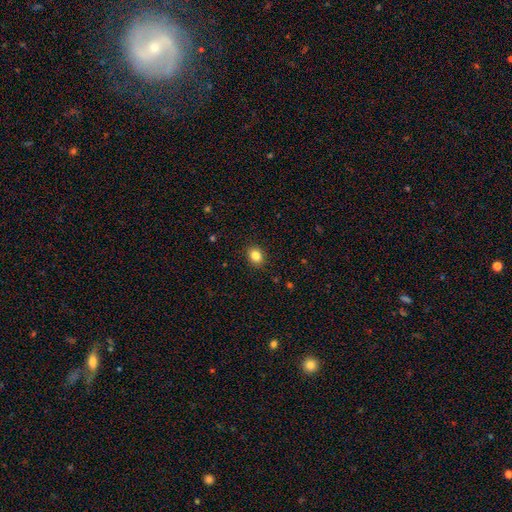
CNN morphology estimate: Q: Smooth or featured?
A: smooth (84%); runner-up: star or artifact (10%)
Q: How rounded?
A: round (55%); runner-up: in between (44%)
Q: Merging?
A: none (90%); runner-up: minor disturbance (7%)